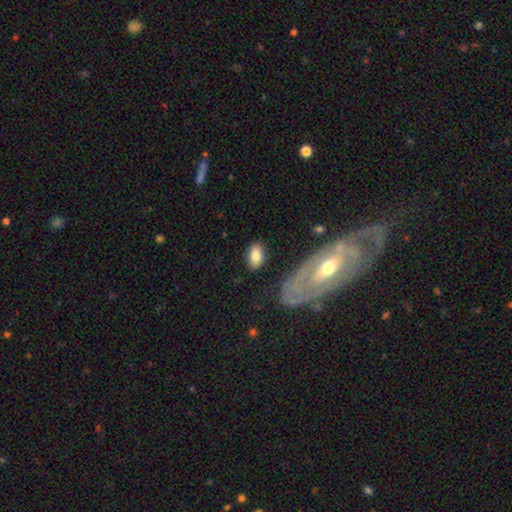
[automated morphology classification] type=smooth (80%); roundness=in between (91%); merging=none (80%).